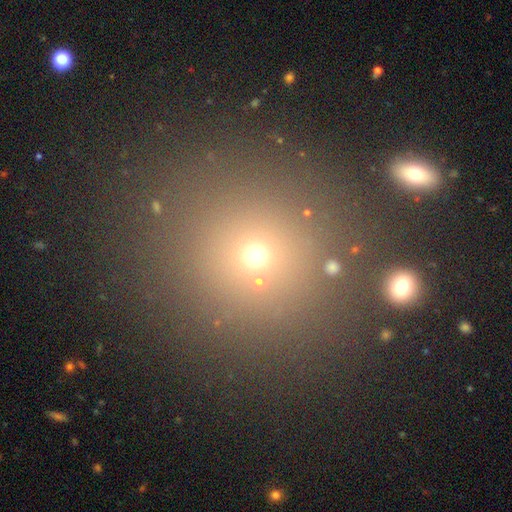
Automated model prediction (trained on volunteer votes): A smooth galaxy with no disk features (64%) that is round (89%).

Vote fractions:
- Smooth or featured? smooth: 64% / star or artifact: 26% / featured or disk: 10%
- How rounded? round: 89% / in between: 10% / cigar-shaped: 1%
- Merging? none: 80% / minor disturbance: 9% / merger: 7% / major disturbance: 5%